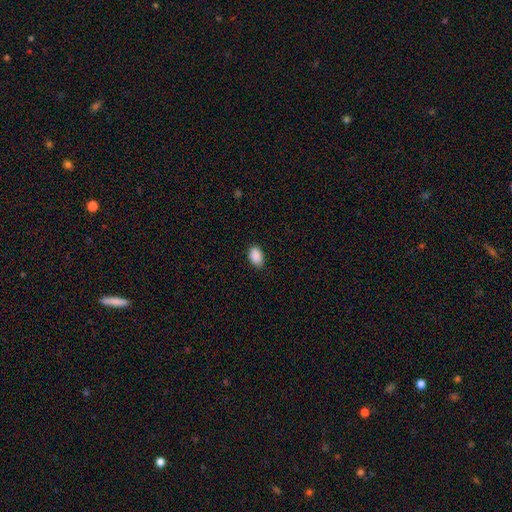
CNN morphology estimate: The model was most divided on "merging": none: 84%, minor disturbance: 12%, major disturbance: 2%, merger: 1%. More confident: smooth or featured — smooth (90%); how rounded — in between (90%).